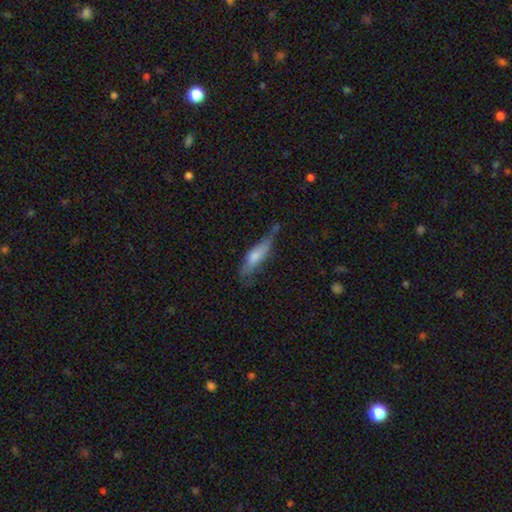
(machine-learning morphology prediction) A smooth galaxy with no disk features (67%) that is cigar-shaped (65%). Merging: none (42%).